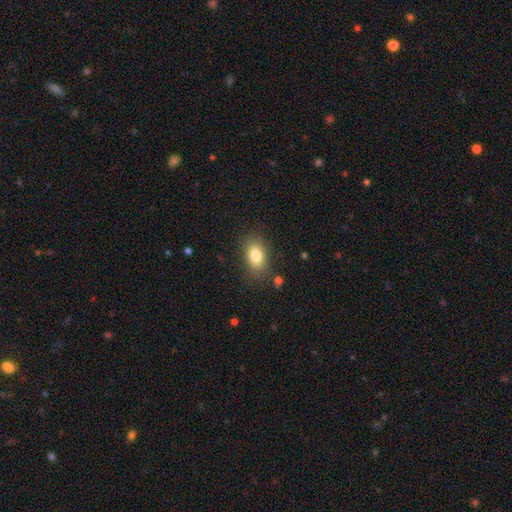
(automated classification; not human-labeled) A smooth galaxy with no disk features (82%) that is in between round and cigar-shaped (86%).

Vote fractions:
- Smooth or featured? smooth: 82% / featured or disk: 10% / star or artifact: 9%
- How rounded? in between: 86% / round: 12% / cigar-shaped: 2%
- Merging? none: 82% / minor disturbance: 12% / major disturbance: 4% / merger: 2%